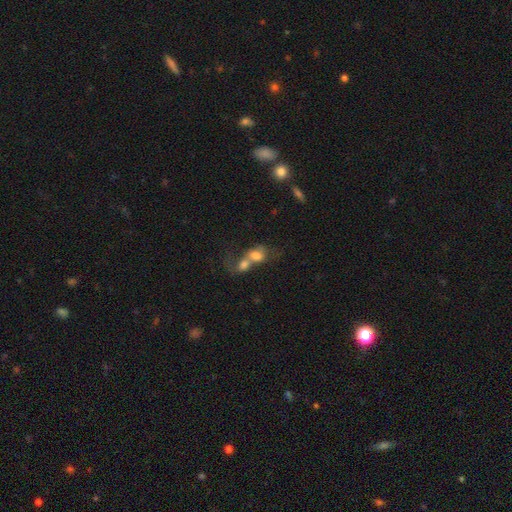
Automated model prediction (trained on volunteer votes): smooth-or-featured: smooth: 68% | featured or disk: 22% | star or artifact: 10%
  how-rounded: in between: 59% | round: 38% | cigar-shaped: 3%
  merging: merger: 79% | none: 9% | major disturbance: 7% | minor disturbance: 4%